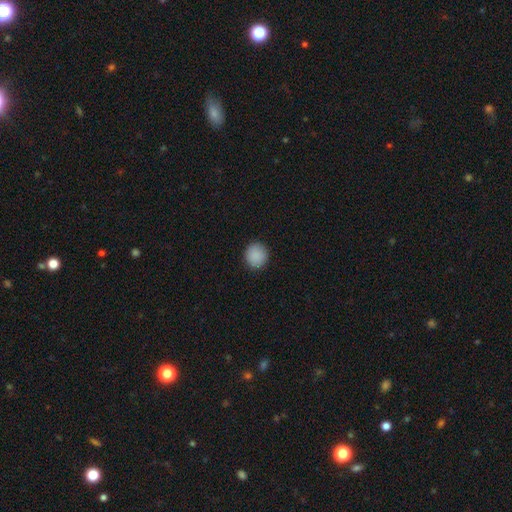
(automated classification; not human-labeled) Morphology: type=smooth (89%); roundness=round (88%); merging=none (91%).